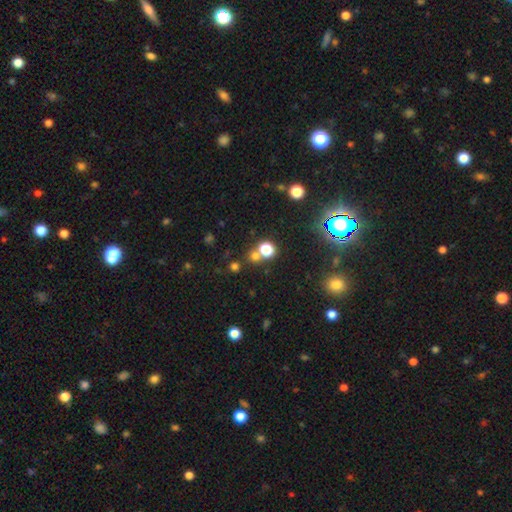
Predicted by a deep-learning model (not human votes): Smooth or featured: smooth — 64% (star or artifact — 29%)
How rounded: round — 86% (in between — 13%)
Merging: none — 62% (merger — 27%)